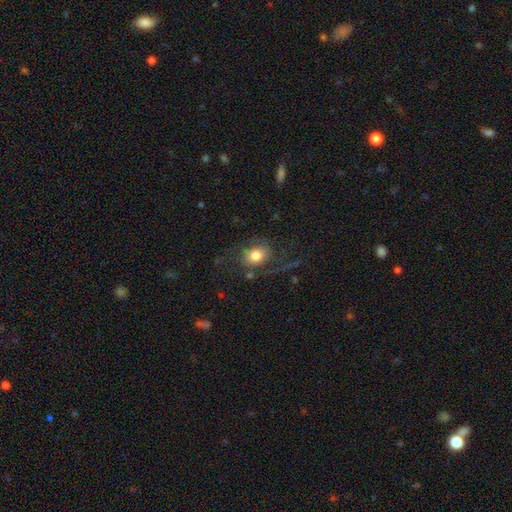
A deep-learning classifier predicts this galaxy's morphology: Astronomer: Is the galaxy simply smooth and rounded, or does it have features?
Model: smooth — 56% (runner-up: featured or disk, 34%).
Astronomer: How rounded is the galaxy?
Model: round — 54% (runner-up: in between, 45%).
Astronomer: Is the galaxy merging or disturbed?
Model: none — 53%.